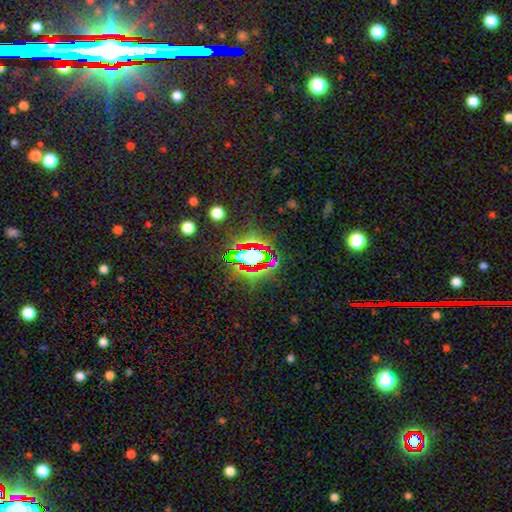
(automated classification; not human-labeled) Smooth or featured?
  - star or artifact: 66% *
  - smooth: 20%
  - featured or disk: 14%